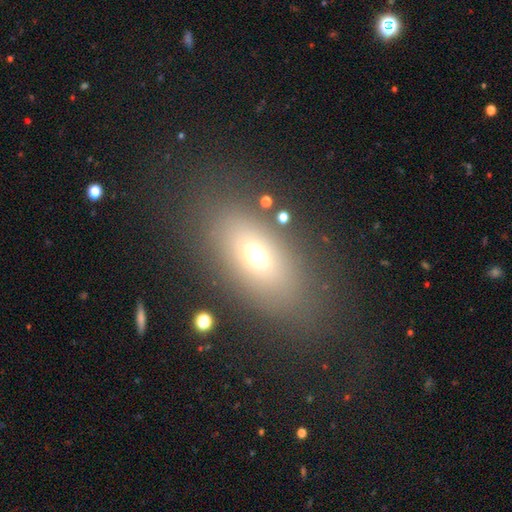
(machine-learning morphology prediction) The model was most divided on "smooth or featured": smooth: 64%, featured or disk: 21%, star or artifact: 16%. More confident: how rounded — in between (79%); merging — none (78%).